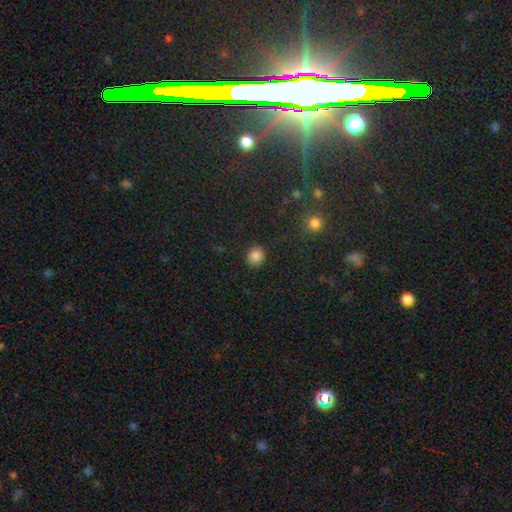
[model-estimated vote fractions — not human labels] This appears to be a smooth galaxy with no disk features (84%) that is round (84%). Merging: none (89%).